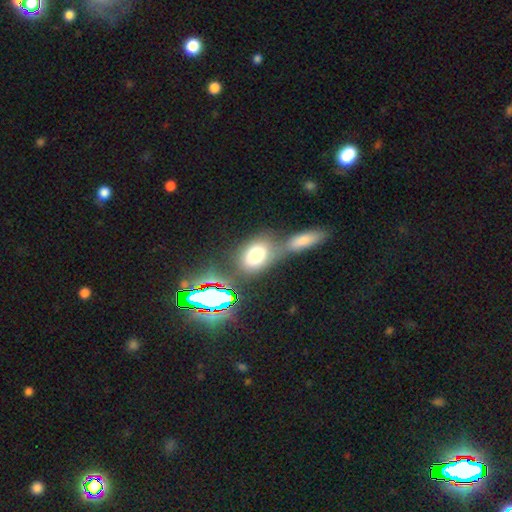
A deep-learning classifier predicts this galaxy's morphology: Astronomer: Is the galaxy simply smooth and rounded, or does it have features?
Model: smooth — 72%.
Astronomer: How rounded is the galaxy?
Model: in between — 72%.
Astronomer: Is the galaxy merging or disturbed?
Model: none — 45% (runner-up: merger, 37%).